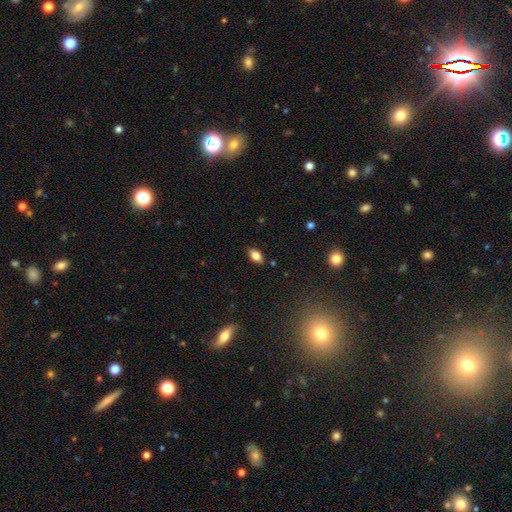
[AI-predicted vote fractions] smooth_or_featured: smooth (p=0.78) [alt: featured or disk p=0.13]
how_rounded: in between (p=0.90) [alt: cigar-shaped p=0.05]
merging: none (p=0.86) [alt: minor disturbance p=0.10]